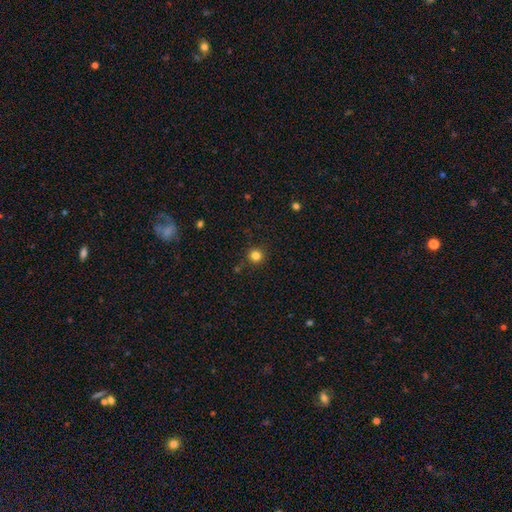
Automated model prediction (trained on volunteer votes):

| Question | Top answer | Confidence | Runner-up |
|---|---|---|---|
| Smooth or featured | smooth | 82% | star or artifact (14%) |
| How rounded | round | 94% | in between (5%) |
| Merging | none | 88% | minor disturbance (7%) |